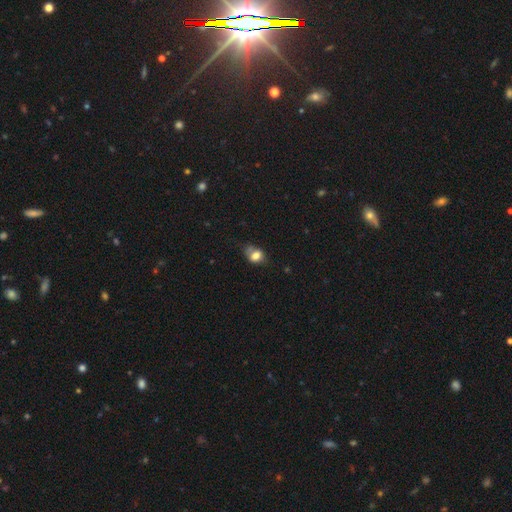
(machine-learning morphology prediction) smooth 74%, featured or disk 15%, star or artifact 11%. Down the decision tree: how rounded — in between (60%); merging — none (41%).